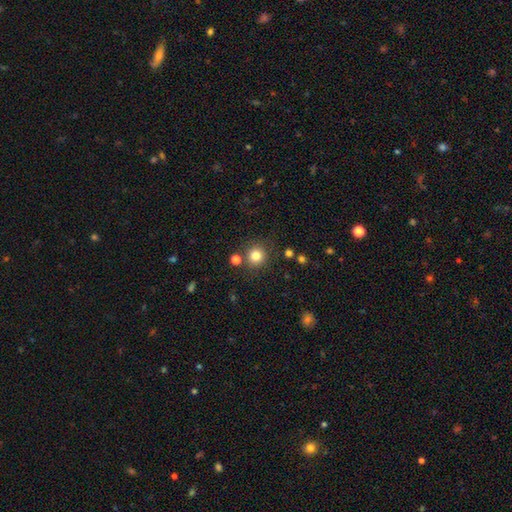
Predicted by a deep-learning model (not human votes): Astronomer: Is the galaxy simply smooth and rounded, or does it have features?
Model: smooth — 82%.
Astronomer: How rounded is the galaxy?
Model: round — 92%.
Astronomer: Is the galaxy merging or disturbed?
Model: none — 82%.